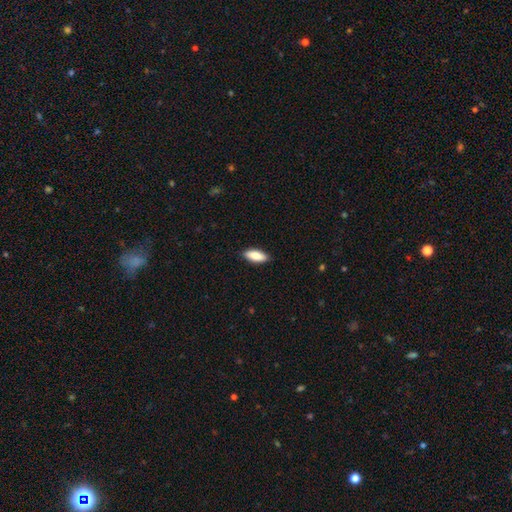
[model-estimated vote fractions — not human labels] This is clearly a smooth galaxy (85%). How rounded: likely in between (78%). Merging: clearly none (88%).